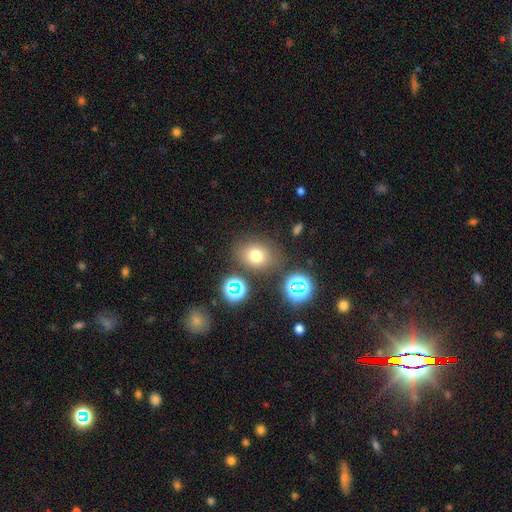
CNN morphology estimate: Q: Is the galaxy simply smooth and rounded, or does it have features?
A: smooth — 71%.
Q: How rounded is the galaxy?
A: round — 55%.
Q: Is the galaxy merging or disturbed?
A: none — 76%.